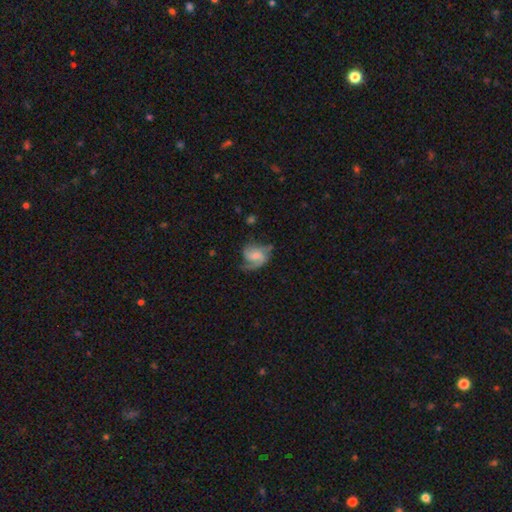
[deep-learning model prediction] A featured or disk galaxy (75%) with no bar (49%), 2 (60%) medium (48%) spiral arms (94%) and a small central bulge (45%).

Vote fractions:
- Smooth or featured? featured or disk: 75% / smooth: 18% / star or artifact: 6%
- Edge-on disk? no: 98% / yes: 2%
- Bar? no: 49% / weak: 42% / strong: 9%
- Spiral arms? yes: 94% / no: 6%
- Spiral winding? medium: 48% / loose: 28% / tight: 23%
- Spiral arm count? 2: 60% / 1: 16% / 3: 10% / can't tell: 9% / 4: 2% / more than 4: 2%
- Bulge size? small: 45% / moderate: 34% / none: 15% / large: 5% / dominant: 1%
- Merging? none: 51% / minor disturbance: 25% / major disturbance: 21% / merger: 3%